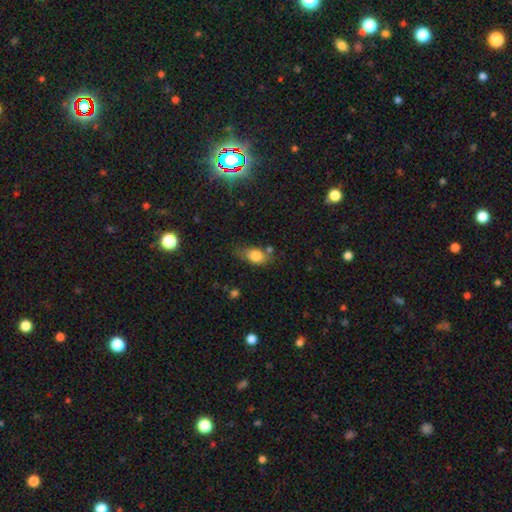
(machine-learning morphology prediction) A smooth galaxy with no disk features (79%) that is in between round and cigar-shaped (82%).

Vote fractions:
- Smooth or featured? smooth: 79% / featured or disk: 12% / star or artifact: 9%
- How rounded? in between: 82% / round: 12% / cigar-shaped: 6%
- Merging? none: 55% / minor disturbance: 29% / major disturbance: 9% / merger: 8%